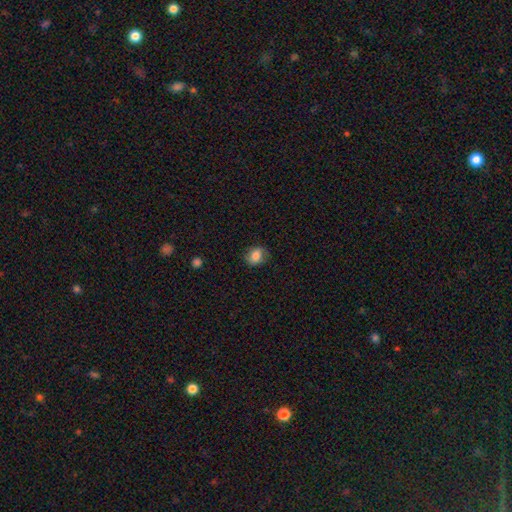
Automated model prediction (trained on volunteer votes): This is clearly a smooth galaxy (82%). How rounded: possibly in between (53%). Merging: likely none (78%).